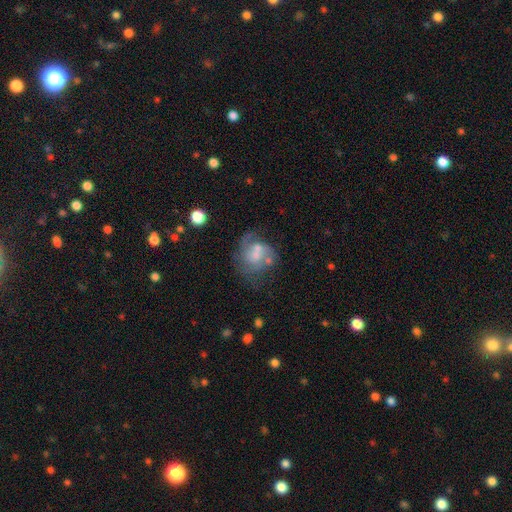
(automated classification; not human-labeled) This appears to be a featured or disk galaxy (58%) with no bar (62%), spiral arms (60%) and a small central bulge (37%). Merging: none (35%).